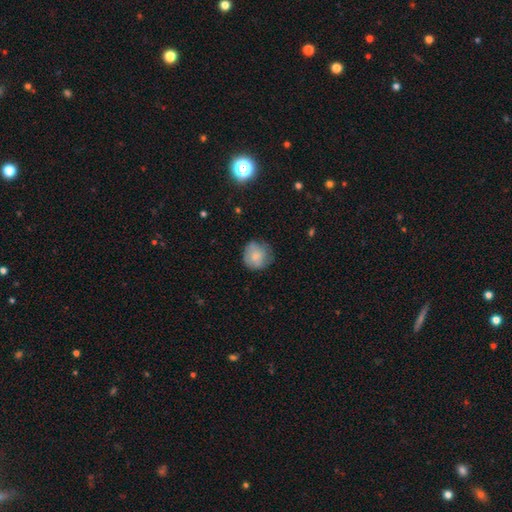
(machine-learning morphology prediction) Smooth or featured? smooth (76%)
How rounded? round (90%)
Merging? none (70%)